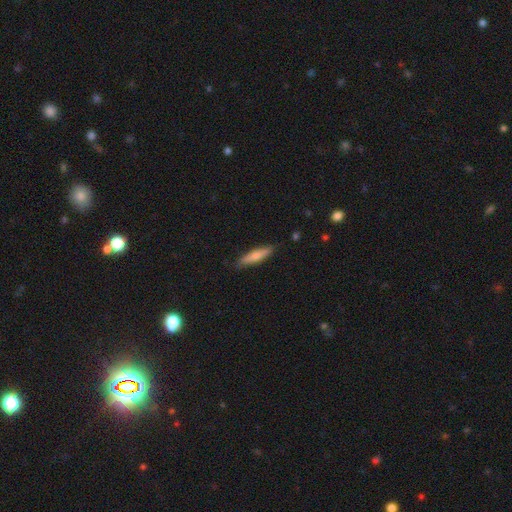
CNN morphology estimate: Q: Smooth or featured?
A: smooth (73%); runner-up: featured or disk (22%)
Q: How rounded?
A: cigar-shaped (81%); runner-up: in between (17%)
Q: Merging?
A: none (86%); runner-up: minor disturbance (11%)